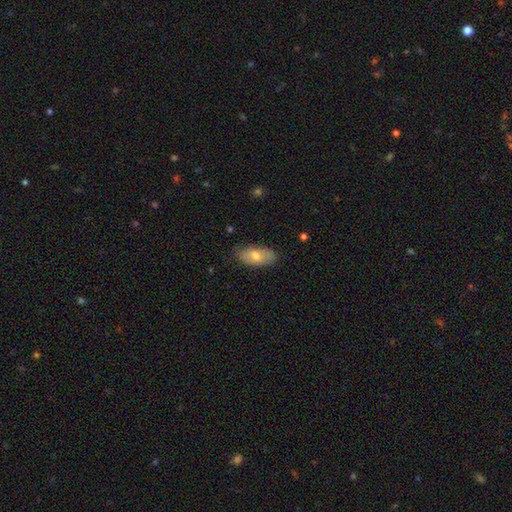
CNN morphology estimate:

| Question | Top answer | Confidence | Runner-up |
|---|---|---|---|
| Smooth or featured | smooth | 65% | featured or disk (28%) |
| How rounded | in between | 89% | cigar-shaped (8%) |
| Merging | none | 80% | minor disturbance (16%) |